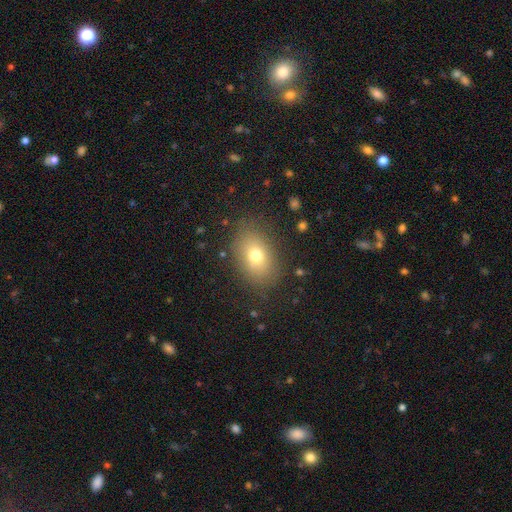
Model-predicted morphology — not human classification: Smooth or featured? Predicted: smooth (p=0.72). How rounded? Predicted: in between (p=0.76). Merging? Predicted: none (p=0.81).